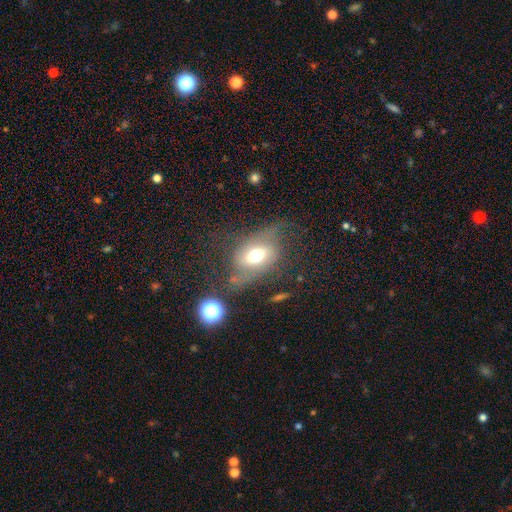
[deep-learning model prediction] A featured or disk galaxy (50%). Merging: none (44%).